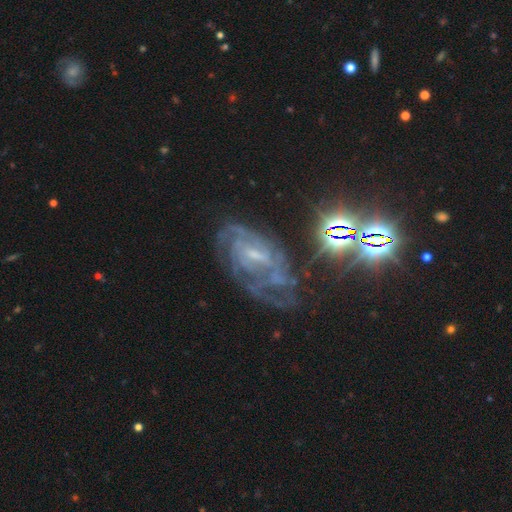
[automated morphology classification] A featured or disk galaxy (74%) with a weak bar (48%), tight (53%) spiral arms (89%) and a small central bulge (62%).

Vote fractions:
- Smooth or featured? featured or disk: 74% / star or artifact: 17% / smooth: 9%
- Edge-on disk? no: 96% / yes: 4%
- Bar? weak: 48% / no: 36% / strong: 17%
- Spiral arms? yes: 89% / no: 11%
- Spiral winding? tight: 53% / medium: 36% / loose: 10%
- Spiral arm count? can't tell: 46% / 2: 21% / 3: 15% / 4: 8% / 1: 5% / more than 4: 5%
- Bulge size? small: 62% / moderate: 22% / none: 14% / large: 2% / dominant: 1%
- Merging? none: 50% / minor disturbance: 24% / major disturbance: 22% / merger: 4%